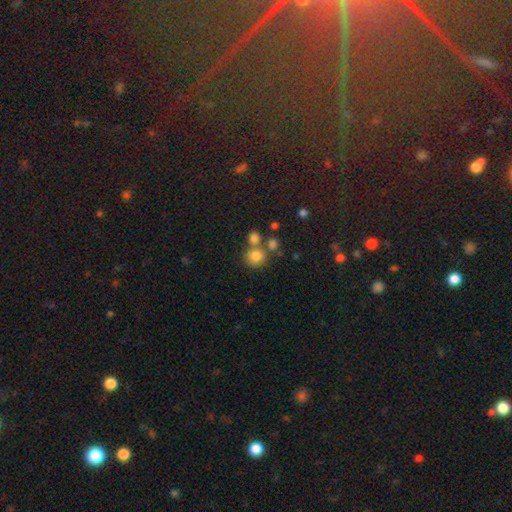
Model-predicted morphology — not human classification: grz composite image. It shows a smooth galaxy with no disk features (79%) that is round (86%). Merging: none (59%).